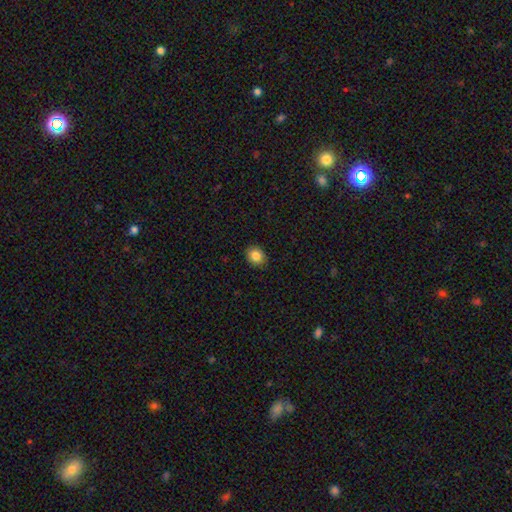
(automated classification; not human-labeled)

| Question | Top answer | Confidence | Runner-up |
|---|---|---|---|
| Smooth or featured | smooth | 86% | star or artifact (9%) |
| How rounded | round | 63% | in between (36%) |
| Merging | none | 90% | minor disturbance (8%) |